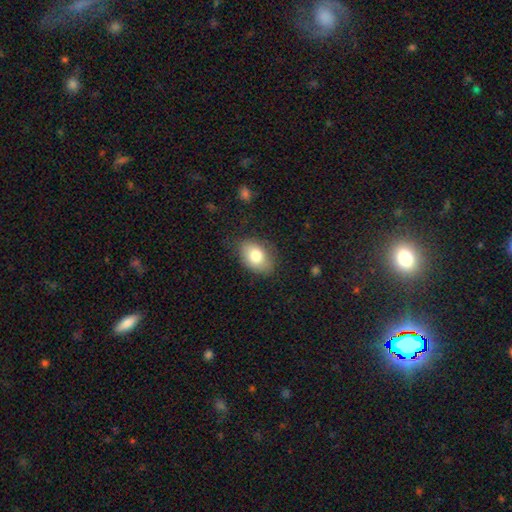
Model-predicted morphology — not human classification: Smooth or featured? Predicted: smooth (p=0.80). How rounded? Predicted: in between (p=0.84). Merging? Predicted: none (p=0.76).